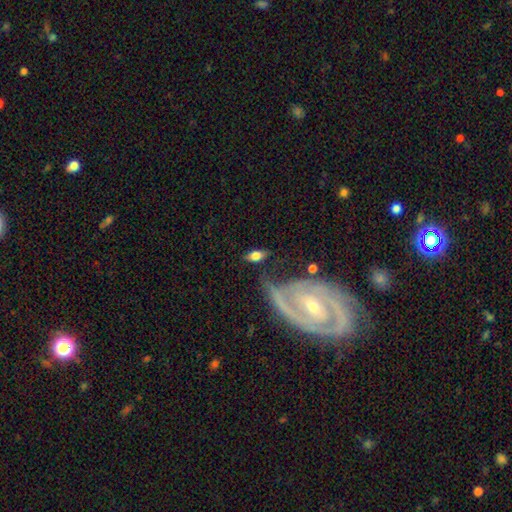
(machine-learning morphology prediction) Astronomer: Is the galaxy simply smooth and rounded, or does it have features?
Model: smooth — 69%.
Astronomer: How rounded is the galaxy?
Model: in between — 88%.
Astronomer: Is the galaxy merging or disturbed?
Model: none — 65%.